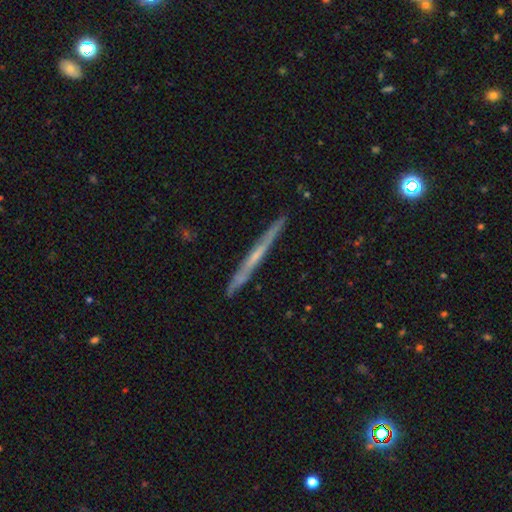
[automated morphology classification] Overall: featured or disk (63%; smooth 31%). Edge-on disk: yes (97%). Edge-on bulge: none (73%). Merging: none (90%).